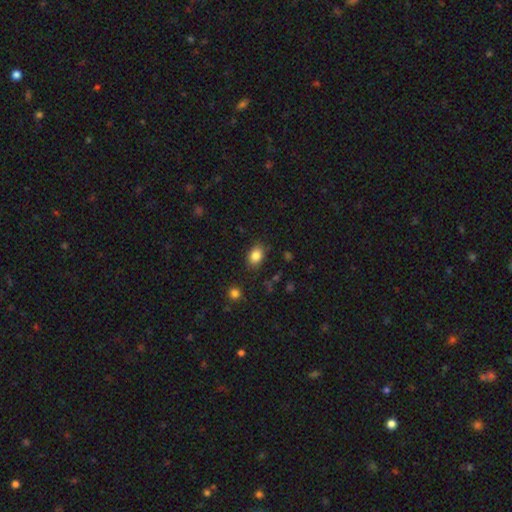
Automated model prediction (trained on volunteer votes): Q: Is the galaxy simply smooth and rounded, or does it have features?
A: smooth — 85%.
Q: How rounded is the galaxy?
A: in between — 71%.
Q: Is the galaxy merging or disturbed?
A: none — 83%.